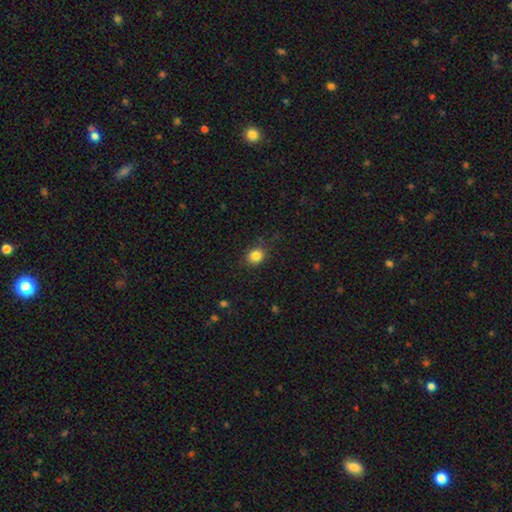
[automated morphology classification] Q: Smooth or featured?
A: smooth (85%); runner-up: star or artifact (11%)
Q: How rounded?
A: round (71%); runner-up: in between (28%)
Q: Merging?
A: none (84%); runner-up: minor disturbance (12%)